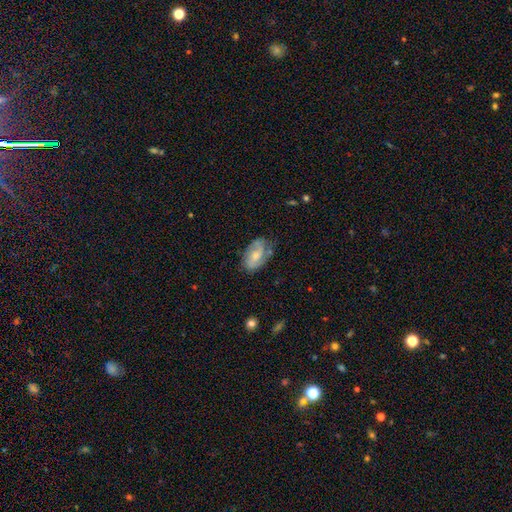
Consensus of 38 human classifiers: A featured or disk galaxy (53%) with a weak bar (45%, tied with no), 2 (75%) tight (40%) spiral arms (100%) and a moderate central bulge (45%, tied with small). Merging: none (57%).